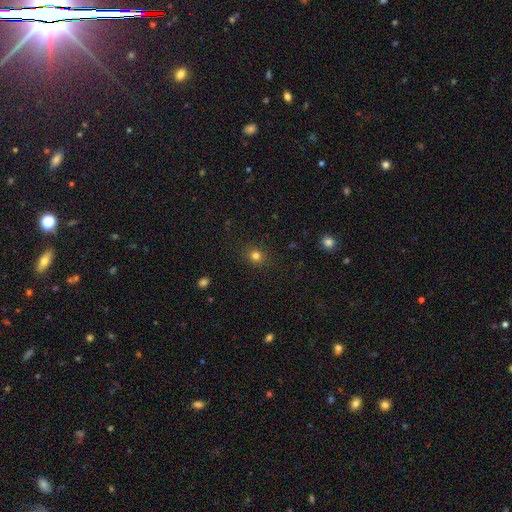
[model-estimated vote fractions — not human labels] Smooth or featured? smooth (79%)
How rounded? round (80%)
Merging? none (88%)